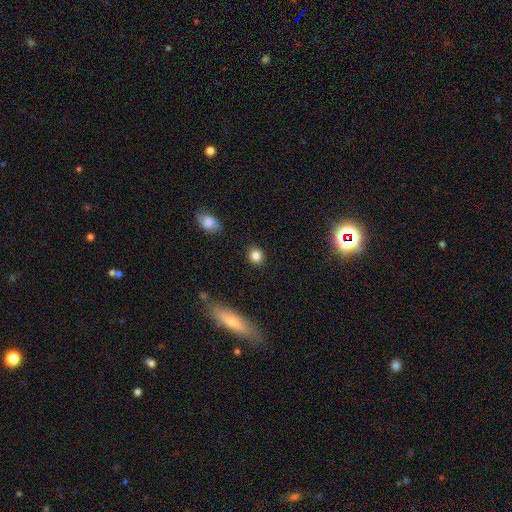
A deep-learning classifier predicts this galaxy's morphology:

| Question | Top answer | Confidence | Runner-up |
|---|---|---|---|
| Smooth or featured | smooth | 84% | star or artifact (10%) |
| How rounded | round | 78% | in between (20%) |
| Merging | none | 88% | minor disturbance (8%) |